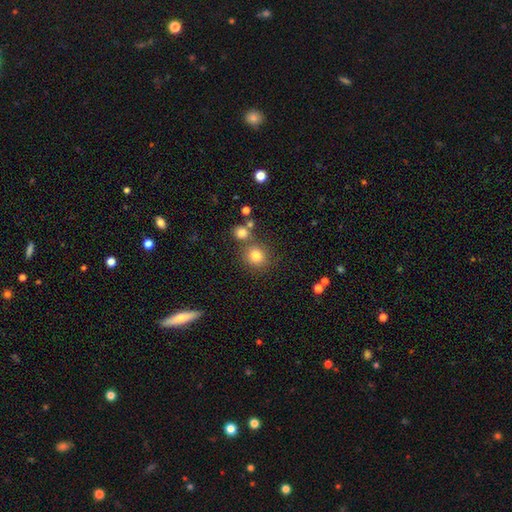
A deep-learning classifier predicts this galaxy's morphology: A smooth galaxy with no disk features (80%) that is round (86%). Merging: none (70%).